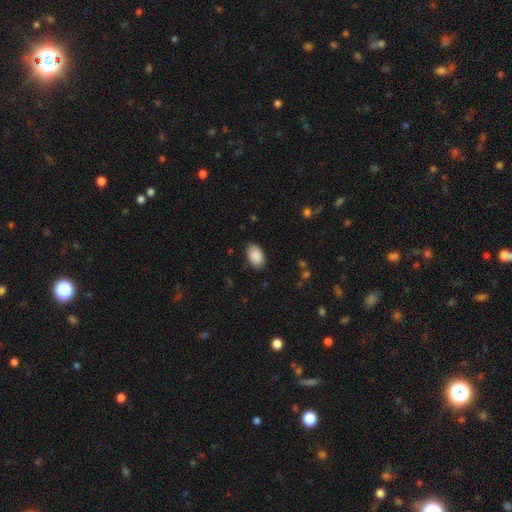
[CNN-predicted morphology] Smooth or featured: smooth — 90% (star or artifact — 6%)
How rounded: in between — 92% (round — 7%)
Merging: none — 81% (minor disturbance — 15%)